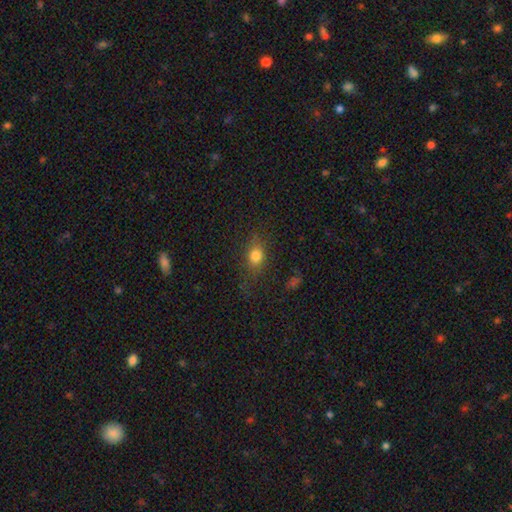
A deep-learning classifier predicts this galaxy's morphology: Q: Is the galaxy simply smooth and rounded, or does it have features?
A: smooth — 75%.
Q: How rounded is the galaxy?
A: in between — 54%.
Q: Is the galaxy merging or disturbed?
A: none — 75%.